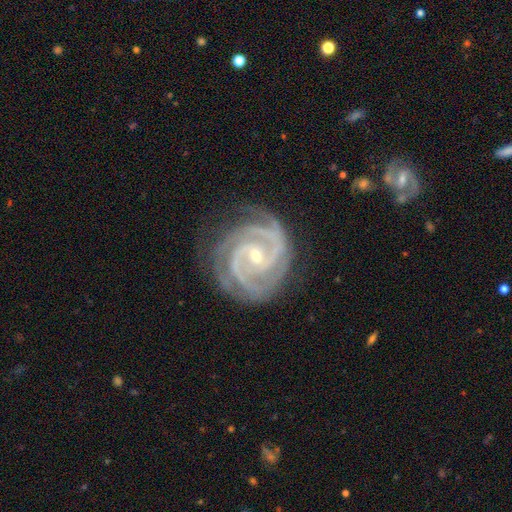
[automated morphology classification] featured or disk 93%, star or artifact 4%, smooth 2%. Down the decision tree: edge-on disk — no (98%); bar — no (45%); spiral arms — yes (99%); spiral arm count — 2 (41%); spiral winding — tight (71%); bulge size — small (72%); merging — none (76%).